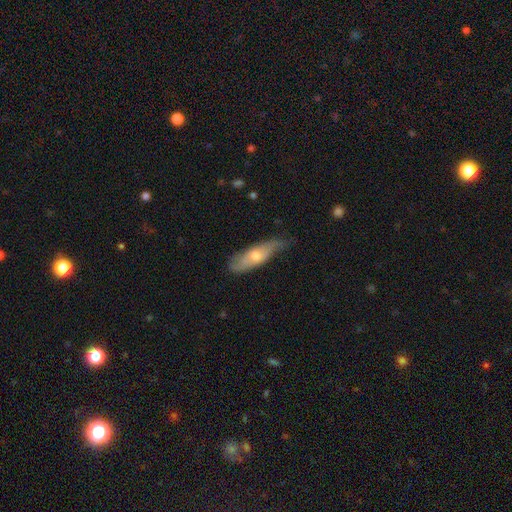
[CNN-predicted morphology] smooth_or_featured: smooth (p=0.50) [alt: featured or disk p=0.44]
merging: none (p=0.56) [alt: minor disturbance p=0.34]